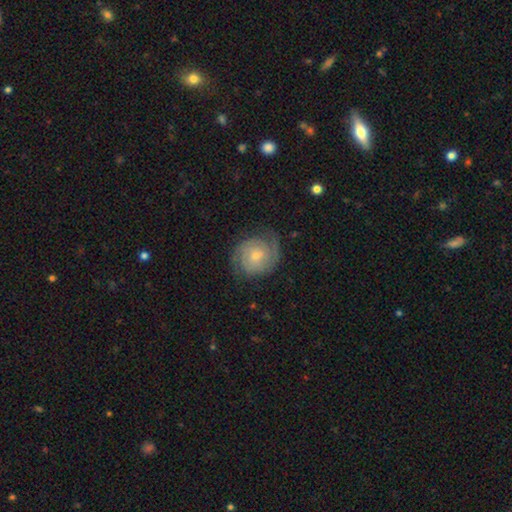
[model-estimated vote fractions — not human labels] Q: Smooth or featured?
A: featured or disk (70%); runner-up: smooth (23%)
Q: Edge-on disk?
A: no (97%); runner-up: yes (3%)
Q: Bar?
A: no (69%); runner-up: weak (27%)
Q: Spiral arms?
A: yes (92%); runner-up: no (8%)
Q: Spiral winding?
A: tight (56%); runner-up: medium (32%)
Q: Spiral arm count?
A: 2 (65%); runner-up: can't tell (19%)
Q: Bulge size?
A: small (56%); runner-up: moderate (37%)
Q: Merging?
A: none (72%); runner-up: minor disturbance (18%)